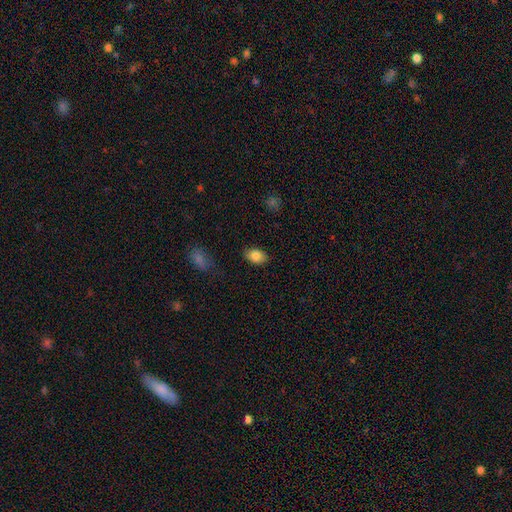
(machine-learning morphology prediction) smooth_or_featured: smooth (p=0.84) [alt: featured or disk p=0.08]
how_rounded: in between (p=0.83) [alt: round p=0.15]
merging: none (p=0.86) [alt: minor disturbance p=0.10]